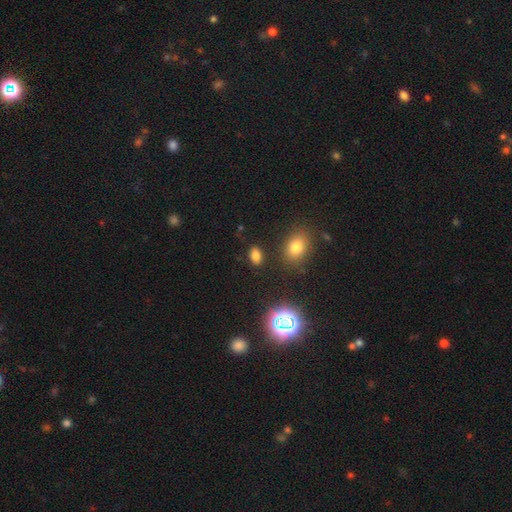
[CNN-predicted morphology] A smooth galaxy with no disk features (75%) that is in between round and cigar-shaped (85%). Merging: none (85%).